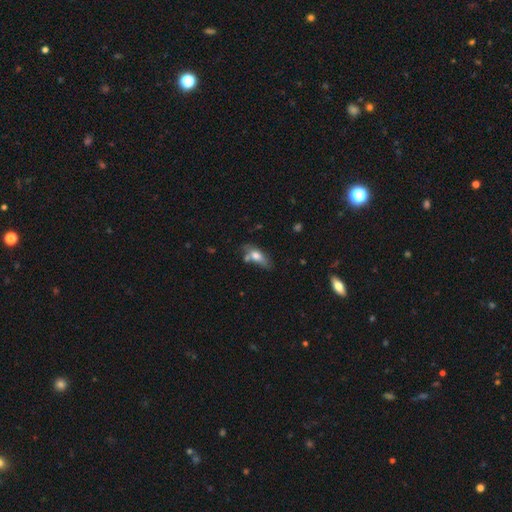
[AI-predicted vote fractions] The model was most divided on "merging": none: 46%, minor disturbance: 25%, merger: 18%, major disturbance: 11%. More confident: how rounded — in between (75%); smooth or featured — smooth (65%).